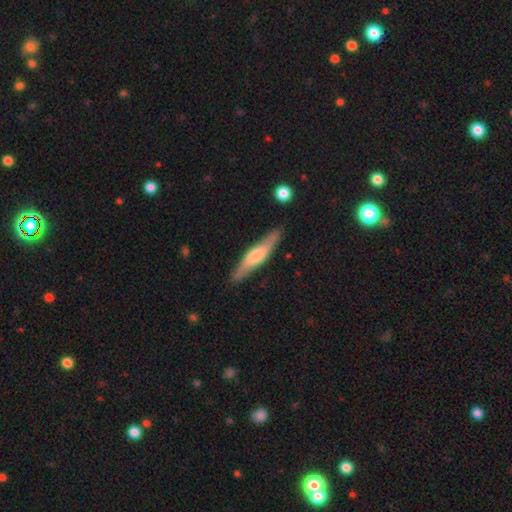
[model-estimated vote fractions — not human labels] A smooth galaxy with no disk features (50%) that is cigar-shaped (85%). Merging: none (85%).